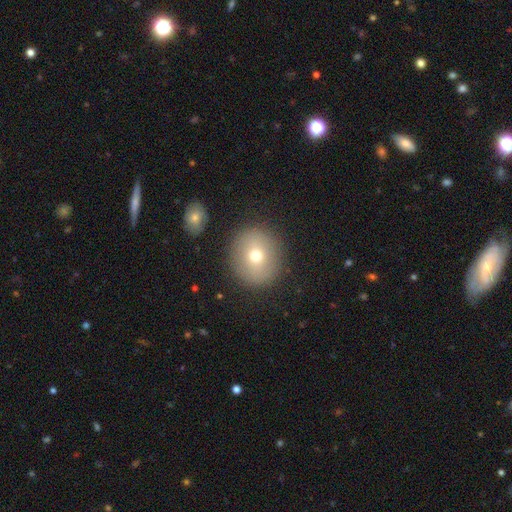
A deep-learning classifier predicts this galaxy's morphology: smooth 68%, featured or disk 21%, star or artifact 11%. Down the decision tree: how rounded — round (83%); merging — none (87%).